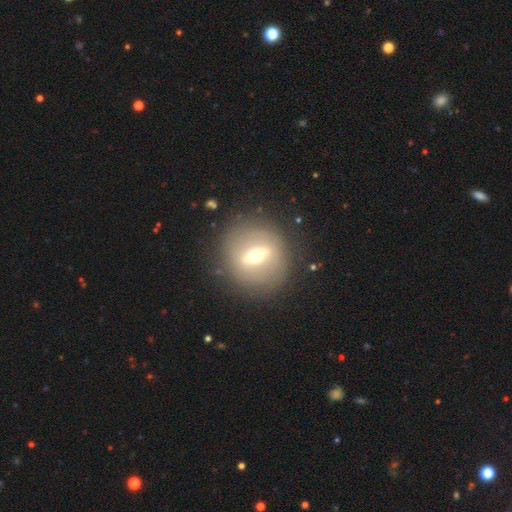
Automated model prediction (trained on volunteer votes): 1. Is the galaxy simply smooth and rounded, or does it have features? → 62% featured or disk, 29% smooth, 9% star or artifact.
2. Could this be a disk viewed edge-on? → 67% no, 33% yes.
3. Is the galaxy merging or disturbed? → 85% none, 9% minor disturbance, 5% major disturbance, 1% merger.